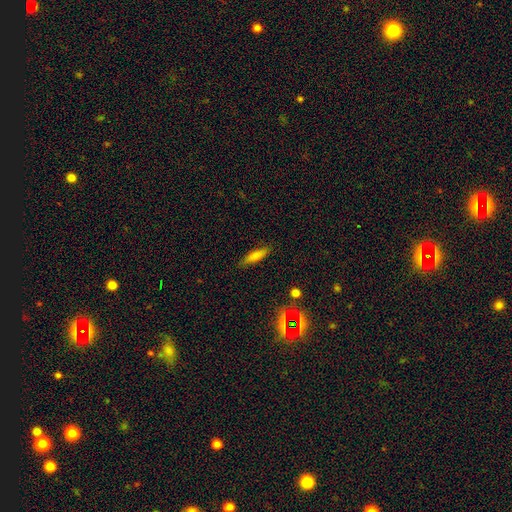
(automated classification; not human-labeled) Smooth or featured: smooth — 76% (featured or disk — 15%)
How rounded: cigar-shaped — 66% (in between — 31%)
Merging: none — 83% (minor disturbance — 12%)